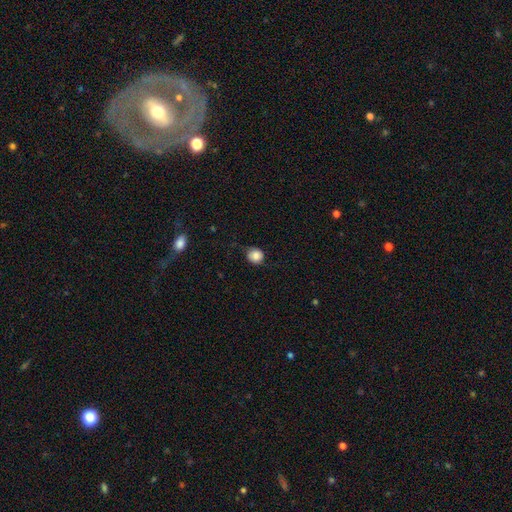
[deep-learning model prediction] This is clearly a smooth galaxy (85%). How rounded: likely round (78%). Merging: likely none (71%).